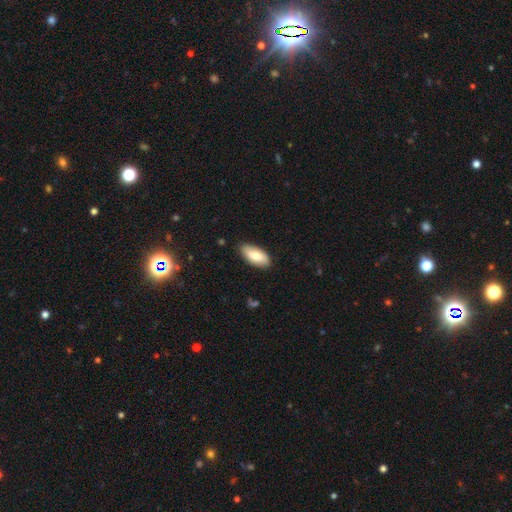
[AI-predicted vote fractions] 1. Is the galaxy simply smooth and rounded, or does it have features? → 77% smooth, 18% featured or disk, 6% star or artifact.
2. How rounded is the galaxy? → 90% in between, 8% cigar-shaped, 2% round.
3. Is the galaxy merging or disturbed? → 85% none, 12% minor disturbance, 2% major disturbance, 1% merger.